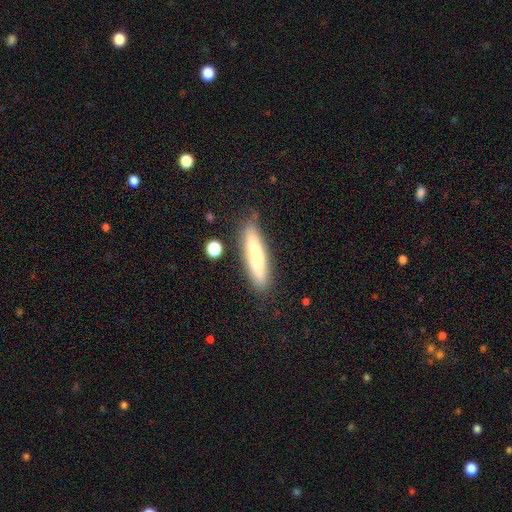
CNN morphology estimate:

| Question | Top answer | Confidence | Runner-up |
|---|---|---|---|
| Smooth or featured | smooth | 65% | featured or disk (28%) |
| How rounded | cigar-shaped | 85% | in between (13%) |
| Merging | none | 83% | minor disturbance (12%) |